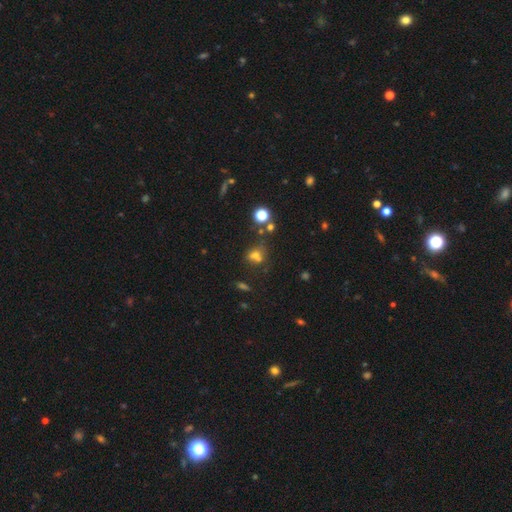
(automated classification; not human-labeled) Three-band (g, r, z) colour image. It shows a smooth galaxy with no disk features (60%) that is round (59%). Merging: none (44%).